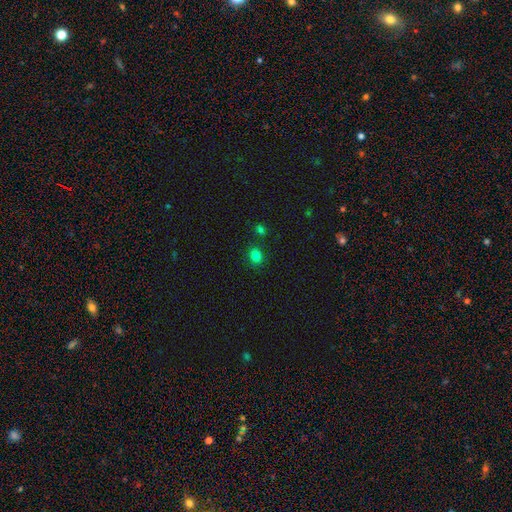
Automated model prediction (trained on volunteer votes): Smooth or featured? smooth (81%)
How rounded? round (62%)
Merging? none (83%)